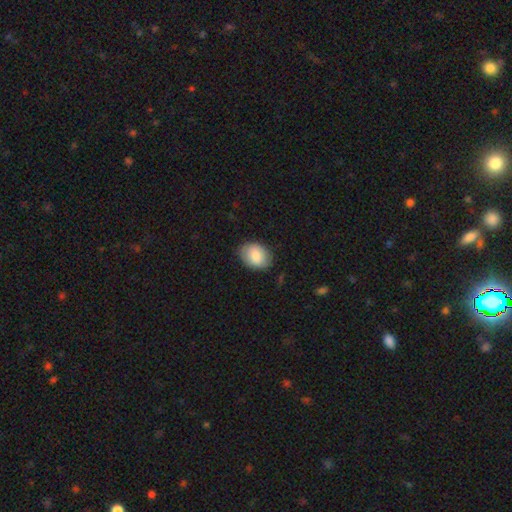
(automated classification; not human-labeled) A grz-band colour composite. It shows a smooth galaxy with no disk features (84%) that is in between round and cigar-shaped (70%). Merging: none (79%).